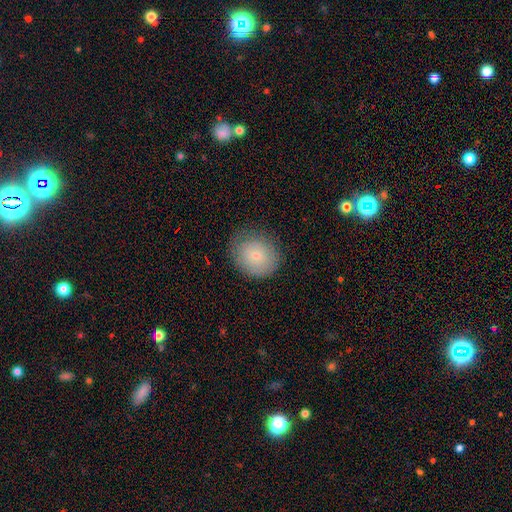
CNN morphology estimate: This appears to be a smooth galaxy with no disk features (76%) that is round (71%). Merging: none (76%).